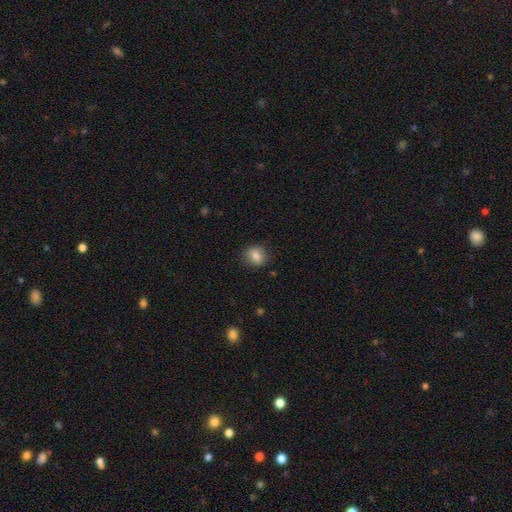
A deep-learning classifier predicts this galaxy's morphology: A smooth galaxy with no disk features (81%) that is round (68%).

Vote fractions:
- Smooth or featured? smooth: 81% / featured or disk: 10% / star or artifact: 9%
- How rounded? round: 68% / in between: 31% / cigar-shaped: 1%
- Merging? none: 85% / minor disturbance: 11% / major disturbance: 3% / merger: 1%